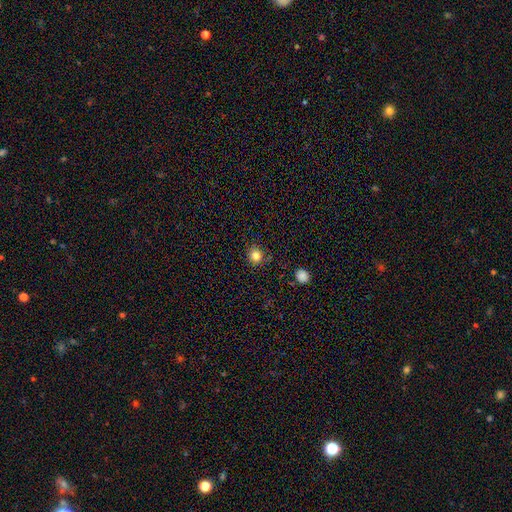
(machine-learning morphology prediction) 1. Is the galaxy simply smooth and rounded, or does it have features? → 82% smooth, 13% star or artifact, 5% featured or disk.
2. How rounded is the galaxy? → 88% round, 11% in between, 1% cigar-shaped.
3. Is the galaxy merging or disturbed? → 86% none, 9% minor disturbance, 3% major disturbance, 2% merger.